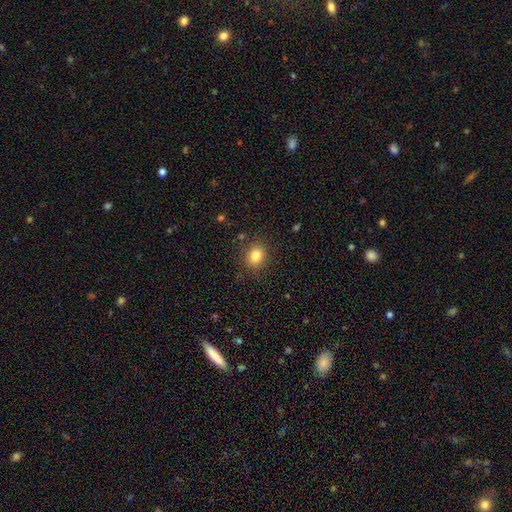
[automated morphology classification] This is clearly a smooth galaxy (82%). How rounded: likely round (66%). Merging: clearly none (85%).